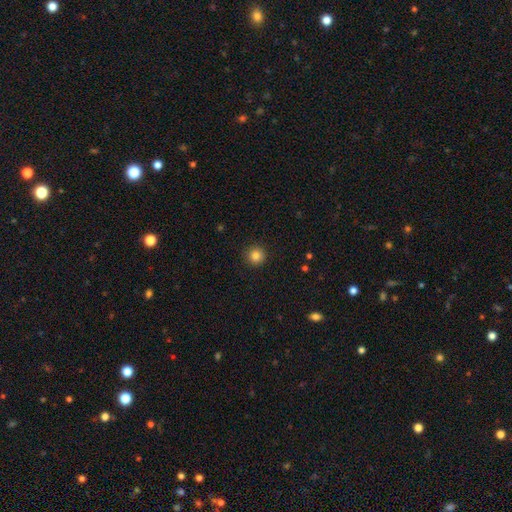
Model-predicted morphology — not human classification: A smooth galaxy with no disk features (84%) that is round (95%). Merging: none (92%).